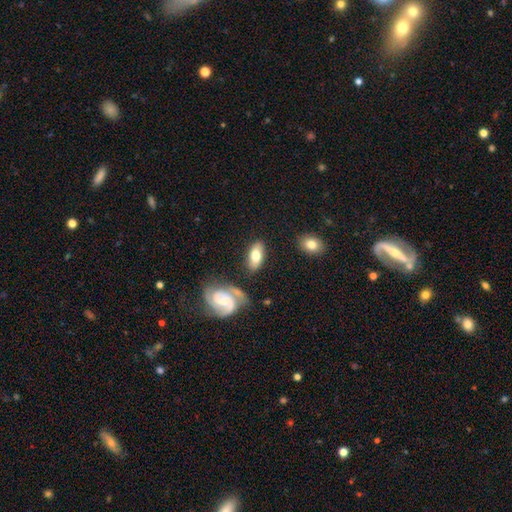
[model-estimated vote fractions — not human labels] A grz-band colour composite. It shows a smooth galaxy with no disk features (63%) that is in between round and cigar-shaped (87%). Merging: none (76%).